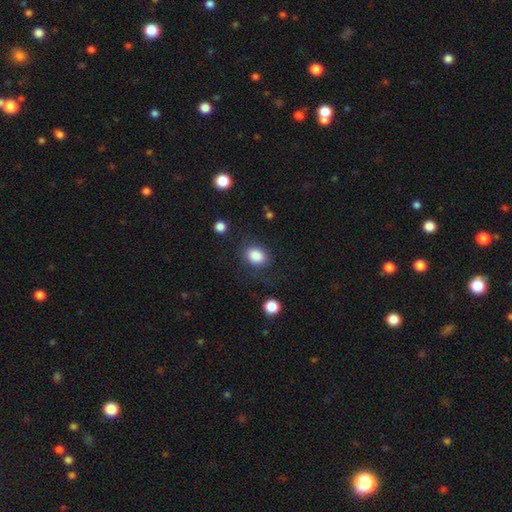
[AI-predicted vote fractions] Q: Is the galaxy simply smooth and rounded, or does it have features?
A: smooth — 87%.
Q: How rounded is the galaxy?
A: in between — 55%.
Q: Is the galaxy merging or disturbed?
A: none — 78%.